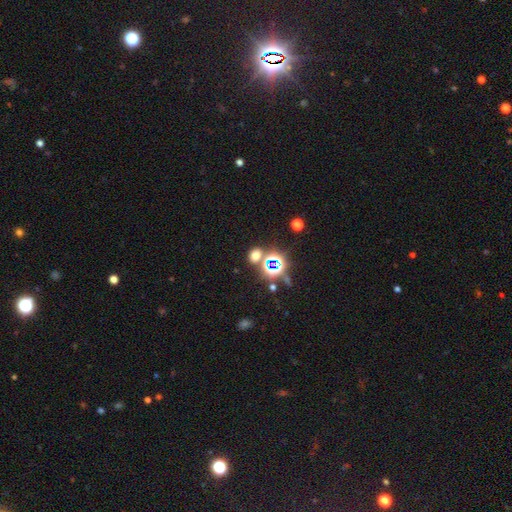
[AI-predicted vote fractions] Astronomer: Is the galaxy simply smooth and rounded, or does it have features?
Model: smooth — 52% (runner-up: star or artifact, 40%).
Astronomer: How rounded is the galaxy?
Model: round — 58% (runner-up: in between, 40%).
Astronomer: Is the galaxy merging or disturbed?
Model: none — 73%.